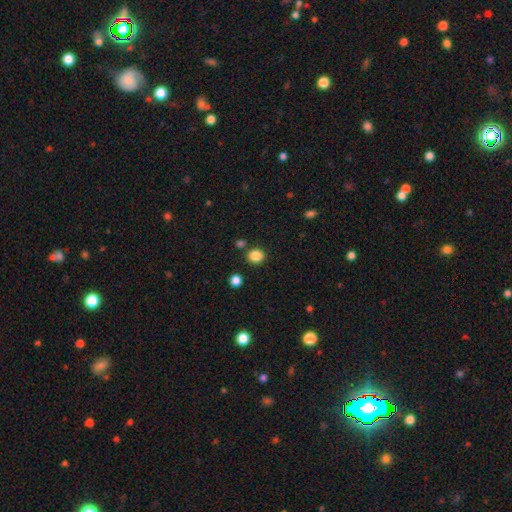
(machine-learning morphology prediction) The model was most divided on "how rounded": round: 81%, in between: 18%, cigar-shaped: 1%. More confident: smooth or featured — smooth (85%); merging — none (83%).